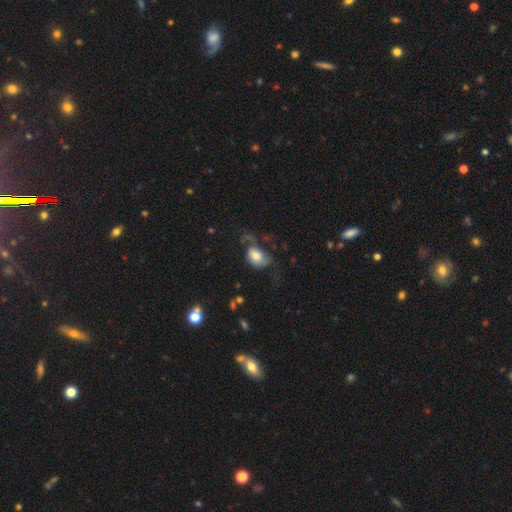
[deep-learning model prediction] smooth_or_featured: smooth (p=0.69) [alt: featured or disk p=0.23]
how_rounded: in between (p=0.74) [alt: round p=0.24]
merging: major disturbance (p=0.40) [alt: none p=0.30]